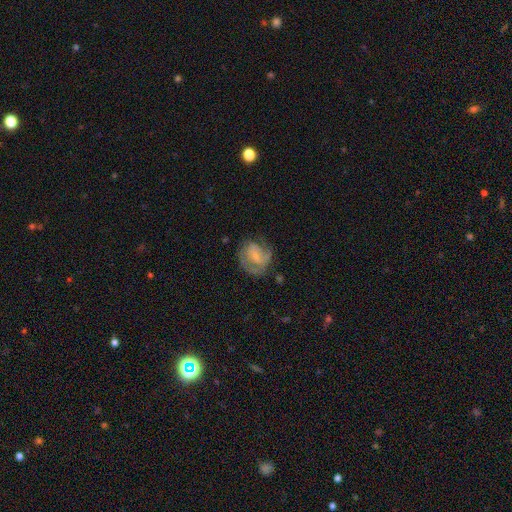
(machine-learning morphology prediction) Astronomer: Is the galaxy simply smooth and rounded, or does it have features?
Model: featured or disk — 67%.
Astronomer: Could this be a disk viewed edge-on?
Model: no — 98%.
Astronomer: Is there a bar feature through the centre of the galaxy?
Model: weak — 47% (runner-up: no, 42%).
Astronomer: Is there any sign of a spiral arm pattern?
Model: yes — 82%.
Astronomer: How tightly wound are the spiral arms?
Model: tight — 44% (runner-up: medium, 41%).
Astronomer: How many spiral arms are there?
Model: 2 — 53%.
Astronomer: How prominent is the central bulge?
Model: small — 53% (runner-up: moderate, 30%).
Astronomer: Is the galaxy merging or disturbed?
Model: none — 58%.